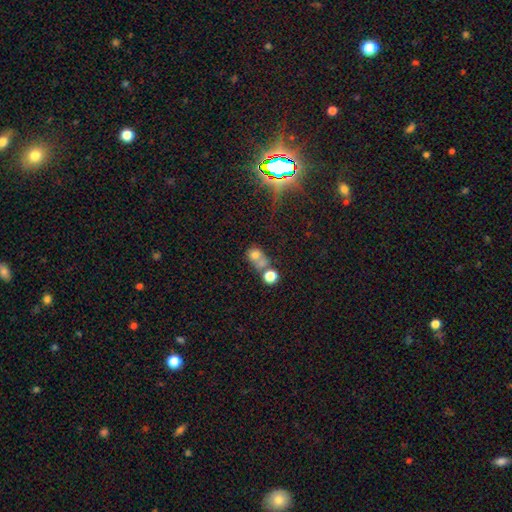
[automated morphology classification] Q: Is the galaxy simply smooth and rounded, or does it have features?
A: smooth — 60%.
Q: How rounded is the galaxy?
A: round — 62%.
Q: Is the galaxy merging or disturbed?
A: merger — 51%.